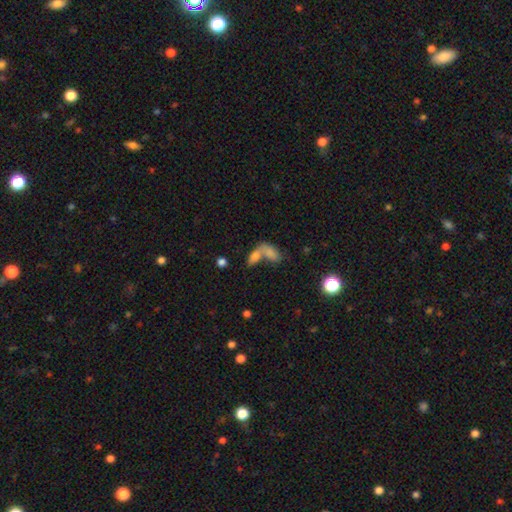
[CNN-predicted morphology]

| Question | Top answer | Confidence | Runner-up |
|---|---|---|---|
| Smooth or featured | smooth | 75% | featured or disk (14%) |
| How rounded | in between | 81% | cigar-shaped (12%) |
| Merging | merger | 62% | none (25%) |